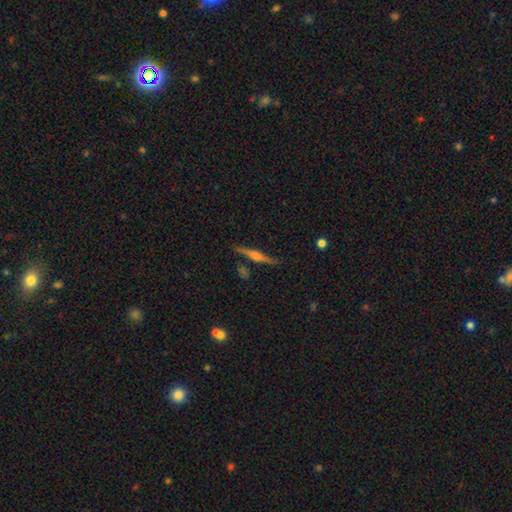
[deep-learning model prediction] The model was most divided on "smooth or featured": featured or disk: 79%, smooth: 14%, star or artifact: 6%. More confident: edge-on disk — yes (97%); merging — none (85%); edge-on bulge — rounded (85%).